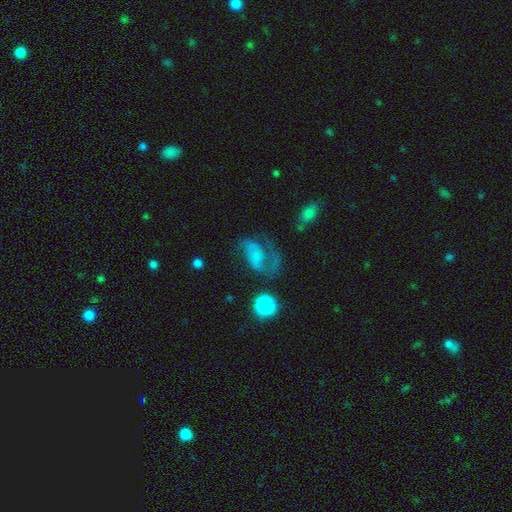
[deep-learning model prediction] This is likely a featured or disk galaxy (62%). It is clearly not viewed edge-on (97%). Bar: likely no (63%). Spiral arm pattern: clearly yes (84%). Spiral arm count: possibly 2 (57%). Spiral winding: marginally loose (43%). Central bulge: possibly none (54%). Merging: marginally major disturbance (38%).